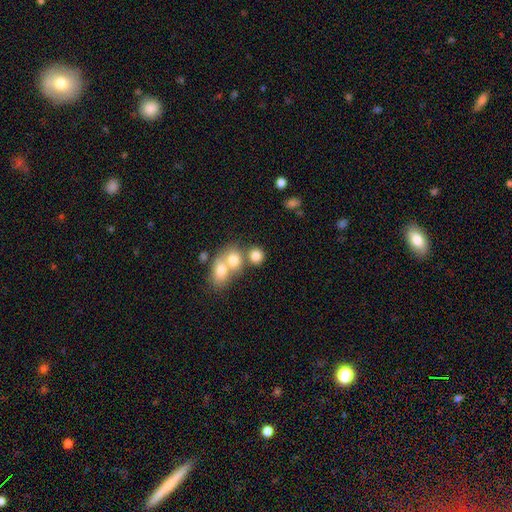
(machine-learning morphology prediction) Smooth or featured?
  - smooth: 78% *
  - star or artifact: 11%
  - featured or disk: 11%
How rounded?
  - round: 77% *
  - in between: 22%
  - cigar-shaped: 1%
Merging?
  - none: 46% *
  - merger: 43%
  - minor disturbance: 8%
  - major disturbance: 4%